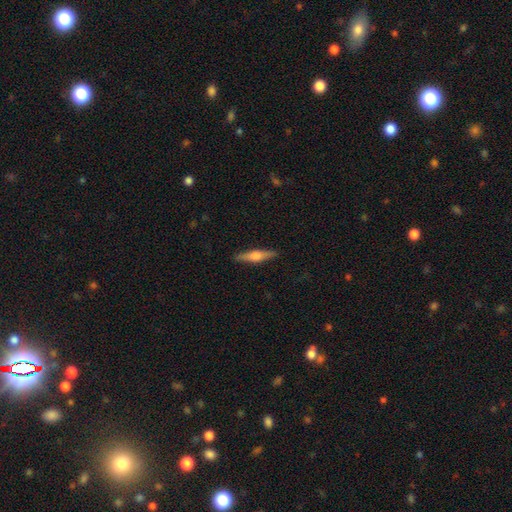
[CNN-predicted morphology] Smooth or featured?
  - featured or disk: 58% *
  - smooth: 36%
  - star or artifact: 6%
Edge-on disk?
  - yes: 97% *
  - no: 3%
Edge-on bulge?
  - rounded: 88% *
  - boxy: 9%
  - none: 3%
Merging?
  - none: 90% *
  - minor disturbance: 7%
  - major disturbance: 2%
  - merger: 1%